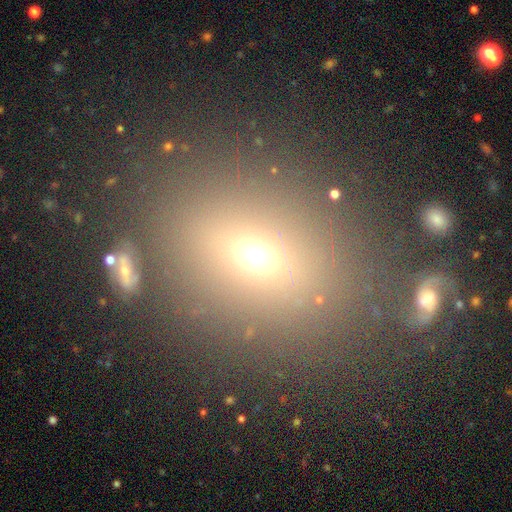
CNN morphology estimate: Smooth or featured: smooth — 64% (star or artifact — 22%)
How rounded: round — 50% (in between — 48%)
Merging: none — 76% (minor disturbance — 11%)